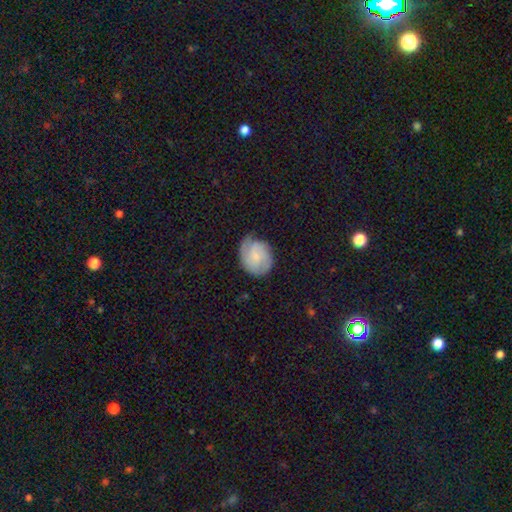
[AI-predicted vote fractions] A featured or disk galaxy (54%) with no bar (63%), spiral arms (89%) and a small central bulge (63%).

Vote fractions:
- Smooth or featured? featured or disk: 54% / smooth: 39% / star or artifact: 7%
- Edge-on disk? no: 98% / yes: 2%
- Bar? no: 63% / weak: 32% / strong: 5%
- Spiral arms? yes: 89% / no: 11%
- Bulge size? small: 63% / moderate: 26% / none: 8% / large: 2% / dominant: 1%
- Merging? none: 60% / minor disturbance: 29% / major disturbance: 9% / merger: 1%